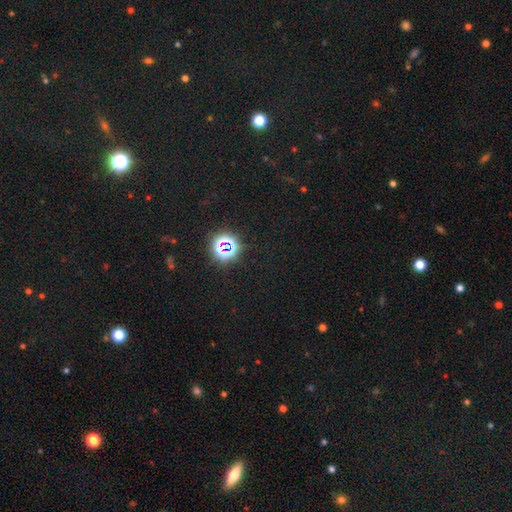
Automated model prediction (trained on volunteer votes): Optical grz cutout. It shows a star or artifact, not a galaxy (76%).